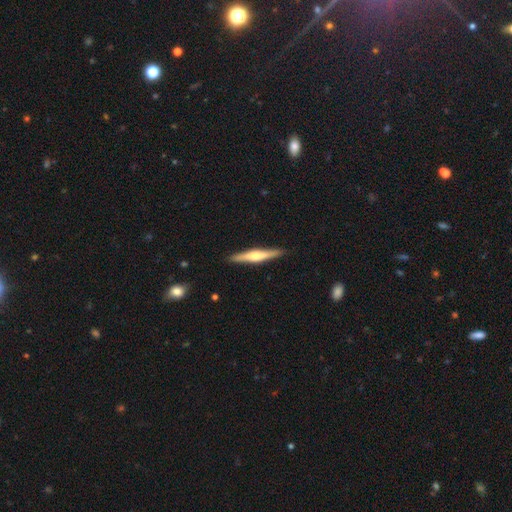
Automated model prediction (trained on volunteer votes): Smooth or featured? featured or disk (62%)
Edge-on disk? yes (97%)
Edge-on bulge? rounded (84%)
Merging? none (91%)